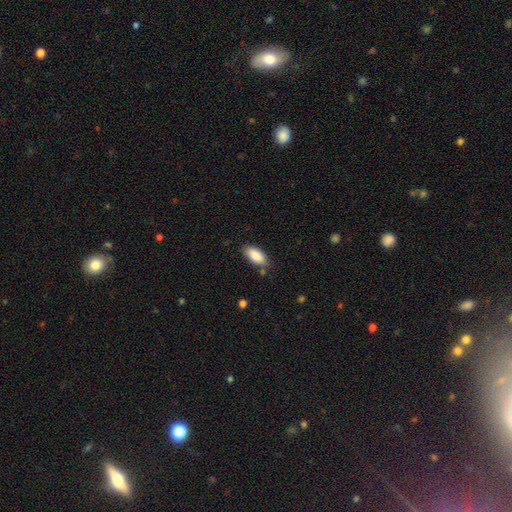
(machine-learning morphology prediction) Smooth or featured?
  - smooth: 88% *
  - star or artifact: 6%
  - featured or disk: 6%
How rounded?
  - in between: 90% *
  - cigar-shaped: 8%
  - round: 2%
Merging?
  - none: 79% *
  - minor disturbance: 15%
  - major disturbance: 3%
  - merger: 3%